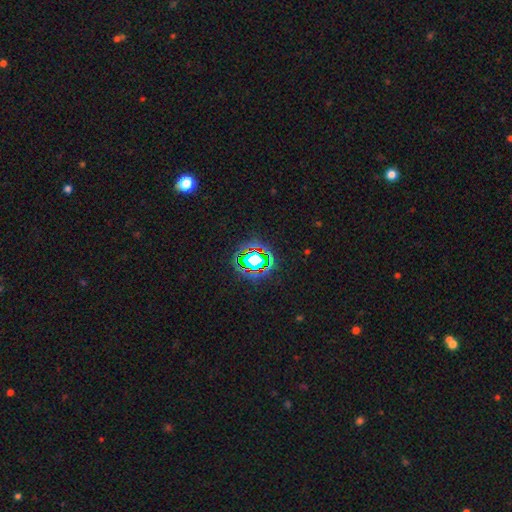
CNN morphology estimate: smooth-or-featured: star or artifact: 68% | smooth: 17% | featured or disk: 14%